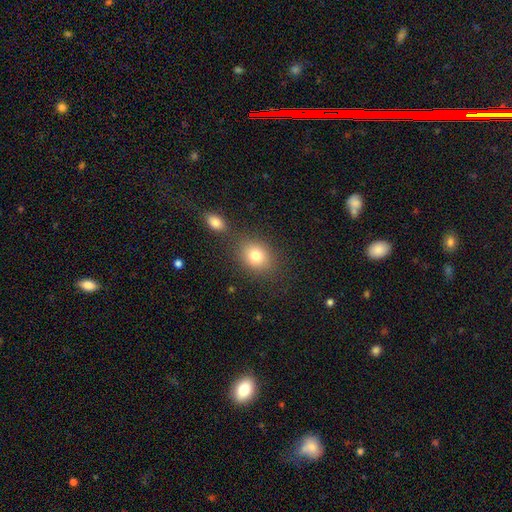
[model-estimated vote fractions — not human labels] Smooth or featured? smooth (80%)
How rounded? round (50%)
Merging? none (75%)